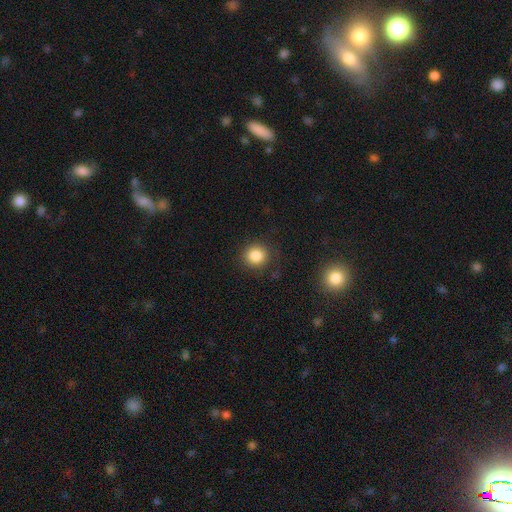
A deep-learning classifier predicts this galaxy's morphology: Q: Smooth or featured?
A: smooth (85%); runner-up: star or artifact (10%)
Q: How rounded?
A: round (87%); runner-up: in between (12%)
Q: Merging?
A: none (85%); runner-up: minor disturbance (10%)